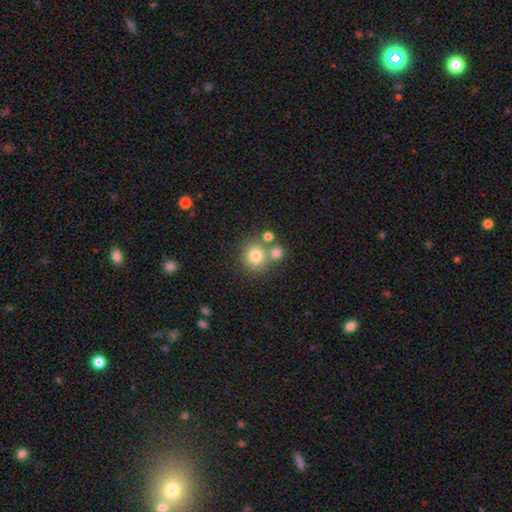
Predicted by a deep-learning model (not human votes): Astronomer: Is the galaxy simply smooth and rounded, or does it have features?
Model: smooth — 76%.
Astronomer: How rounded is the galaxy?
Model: round — 87%.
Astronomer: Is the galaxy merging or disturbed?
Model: none — 63%.